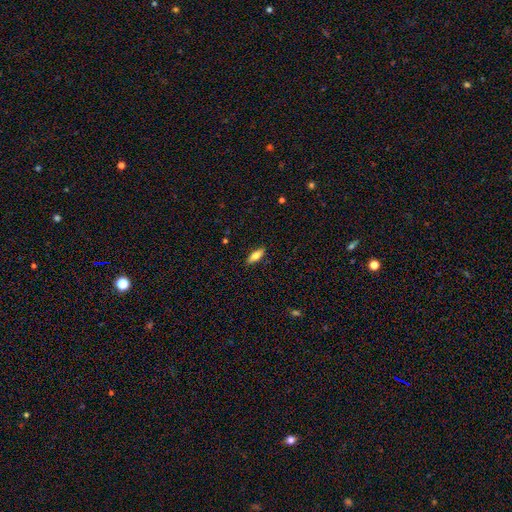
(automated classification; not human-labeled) Q: Smooth or featured?
A: smooth (71%); runner-up: featured or disk (23%)
Q: How rounded?
A: in between (67%); runner-up: cigar-shaped (31%)
Q: Merging?
A: none (88%); runner-up: minor disturbance (9%)